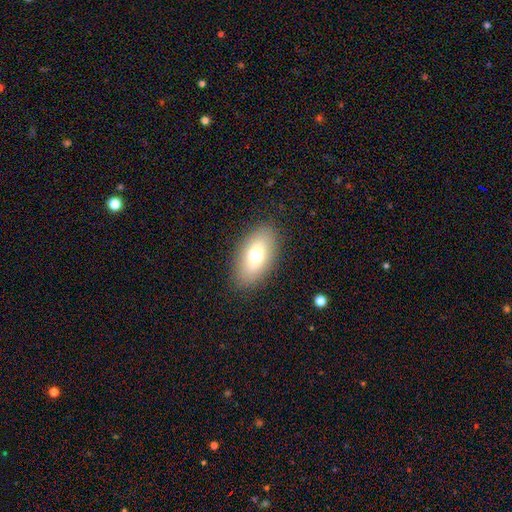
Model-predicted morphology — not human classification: Smooth or featured? Predicted: smooth (p=0.70). How rounded? Predicted: in between (p=0.91). Merging? Predicted: none (p=0.87).